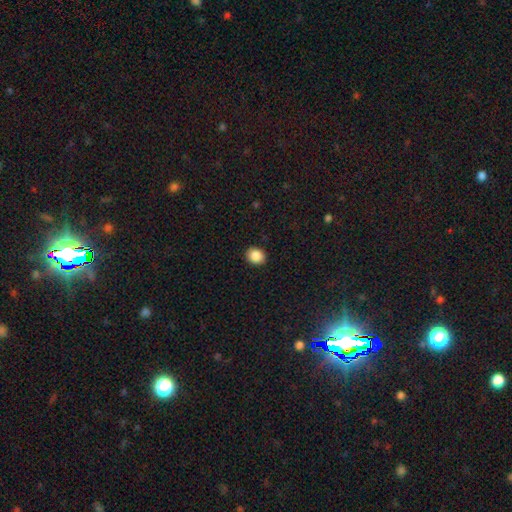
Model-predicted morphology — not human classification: Smooth or featured? smooth (88%)
How rounded? round (59%)
Merging? none (90%)